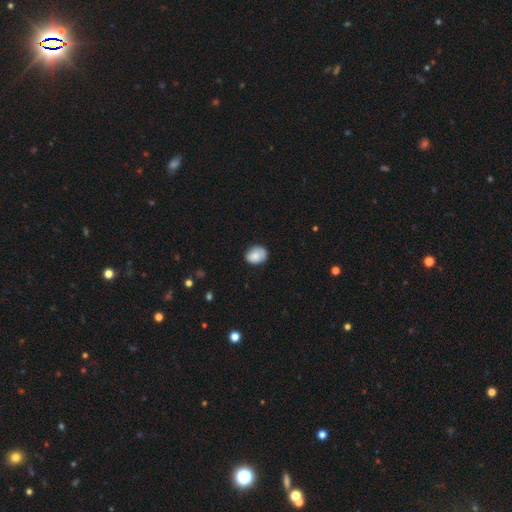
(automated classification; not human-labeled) Overall: smooth (83%). How rounded: in between (61%; round 38%). Merging: none (79%).